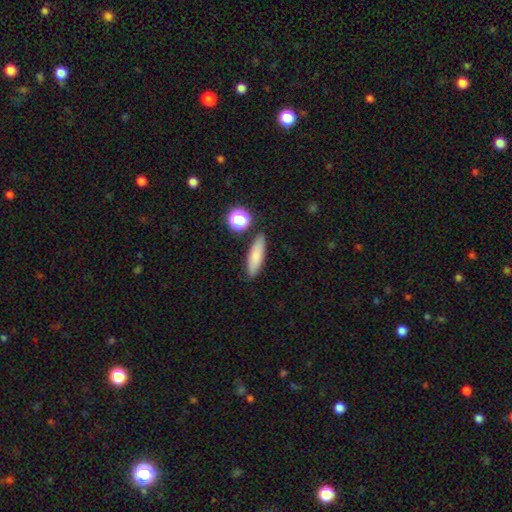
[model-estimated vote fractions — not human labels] smooth-or-featured: smooth: 80% | featured or disk: 11% | star or artifact: 9%
  how-rounded: cigar-shaped: 51% | in between: 45% | round: 4%
  merging: none: 84% | minor disturbance: 10% | merger: 4% | major disturbance: 2%